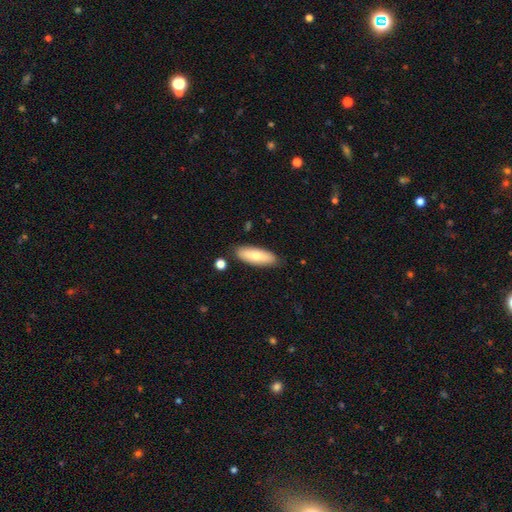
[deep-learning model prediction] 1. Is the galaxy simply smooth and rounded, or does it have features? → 72% smooth, 22% featured or disk, 6% star or artifact.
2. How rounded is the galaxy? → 65% in between, 33% cigar-shaped, 2% round.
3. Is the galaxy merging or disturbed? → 84% none, 11% minor disturbance, 2% merger, 2% major disturbance.